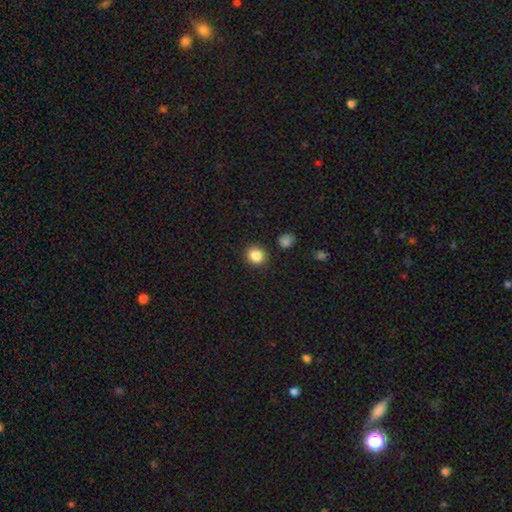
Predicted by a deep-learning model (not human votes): smooth 86%, star or artifact 10%, featured or disk 4%. Down the decision tree: how rounded — round (78%); merging — none (88%).